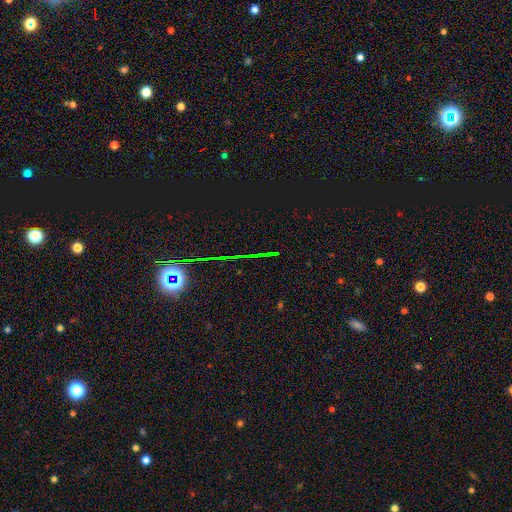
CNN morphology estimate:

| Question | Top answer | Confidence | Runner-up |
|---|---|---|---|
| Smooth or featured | star or artifact | 80% | featured or disk (12%) |